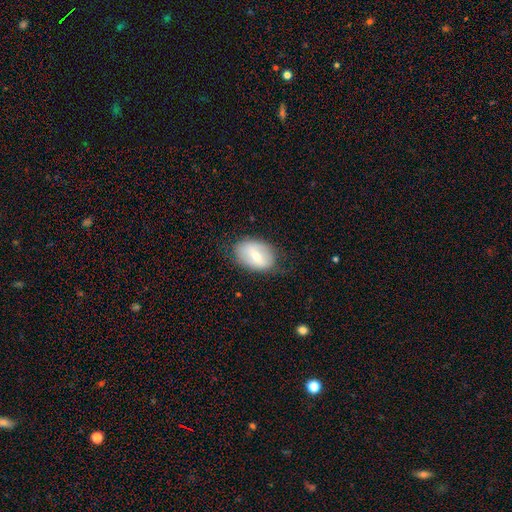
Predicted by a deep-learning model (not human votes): This appears to be a smooth galaxy with no disk features (56%) that is in between round and cigar-shaped (84%). Merging: none (71%).